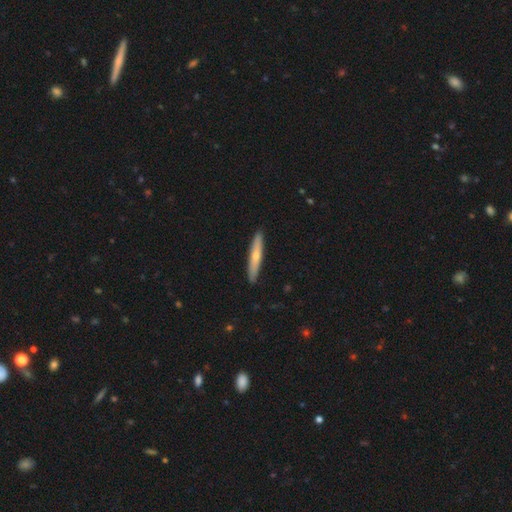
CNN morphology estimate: Smooth or featured? smooth (58%)
How rounded? cigar-shaped (92%)
Merging? none (91%)